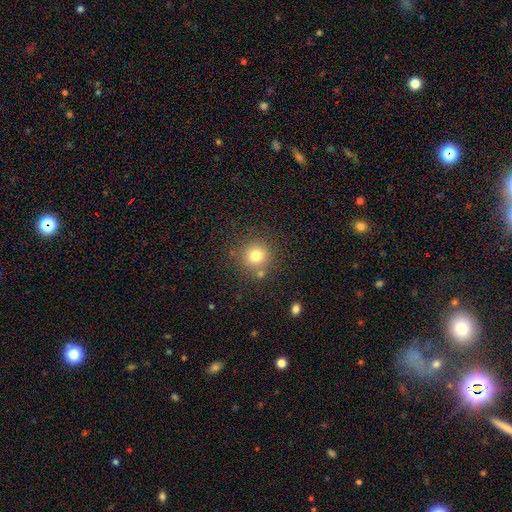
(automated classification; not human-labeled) Overall: smooth (77%). How rounded: round (93%). Merging: none (78%).